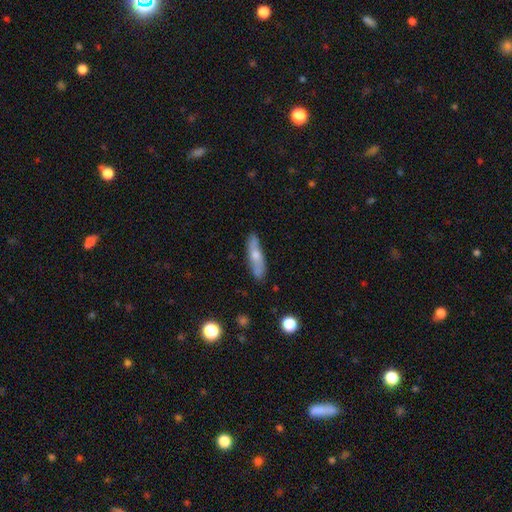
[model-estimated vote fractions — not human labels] Smooth or featured?
  - smooth: 55% *
  - featured or disk: 38%
  - star or artifact: 7%
How rounded?
  - cigar-shaped: 71% *
  - in between: 26%
  - round: 3%
Merging?
  - none: 83% *
  - minor disturbance: 13%
  - major disturbance: 3%
  - merger: 2%